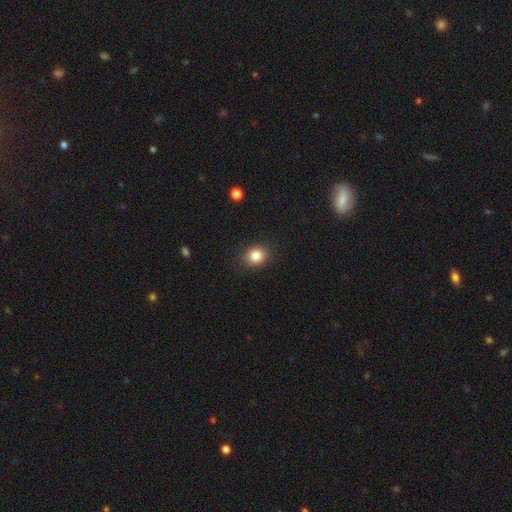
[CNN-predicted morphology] Smooth or featured? smooth (84%)
How rounded? round (67%)
Merging? none (86%)